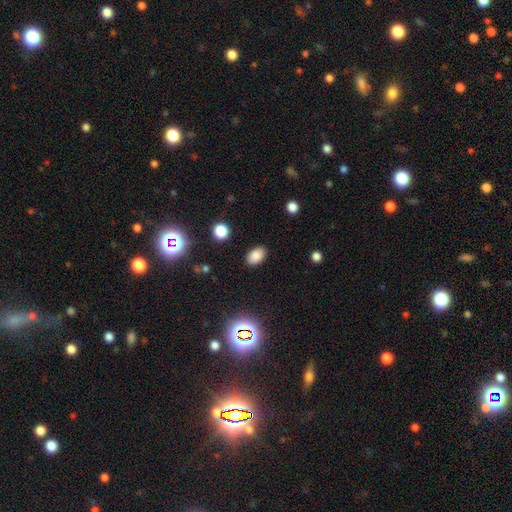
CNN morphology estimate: smooth_or_featured: smooth (p=0.83) [alt: star or artifact p=0.12]
how_rounded: in between (p=0.89) [alt: round p=0.10]
merging: none (p=0.88) [alt: minor disturbance p=0.08]